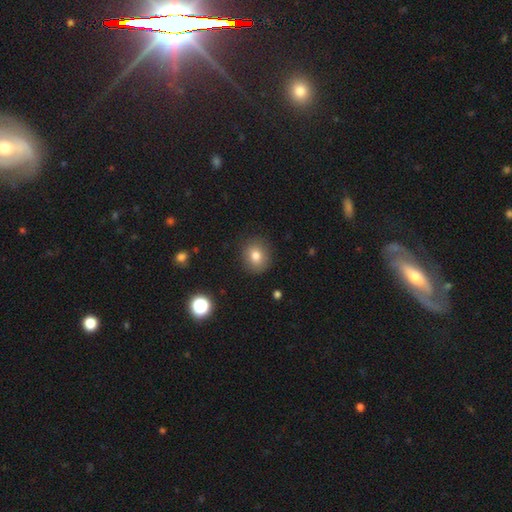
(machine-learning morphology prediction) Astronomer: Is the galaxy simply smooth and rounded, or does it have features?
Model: smooth — 78%.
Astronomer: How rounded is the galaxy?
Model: round — 78%.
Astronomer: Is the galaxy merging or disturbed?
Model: none — 87%.